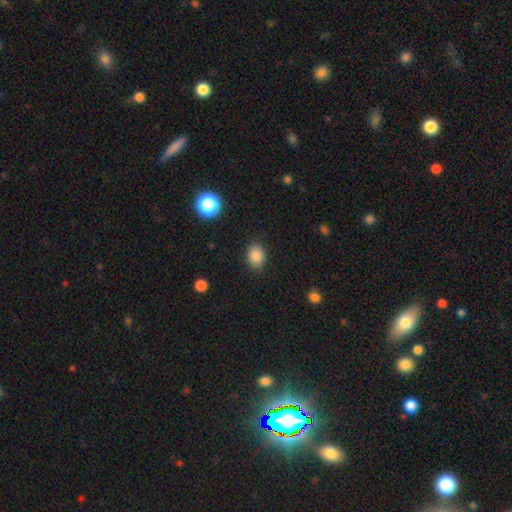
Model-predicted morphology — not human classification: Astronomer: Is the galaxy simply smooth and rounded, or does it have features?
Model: smooth — 86%.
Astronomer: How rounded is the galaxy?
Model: in between — 59% (runner-up: round, 40%).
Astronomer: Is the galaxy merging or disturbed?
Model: none — 84%.